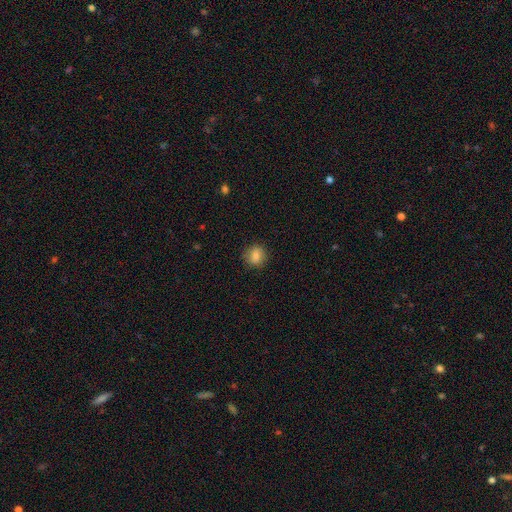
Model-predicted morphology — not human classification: Smooth or featured?
  - smooth: 84% *
  - star or artifact: 9%
  - featured or disk: 7%
How rounded?
  - round: 74% *
  - in between: 25%
  - cigar-shaped: 1%
Merging?
  - none: 86% *
  - minor disturbance: 10%
  - major disturbance: 3%
  - merger: 1%